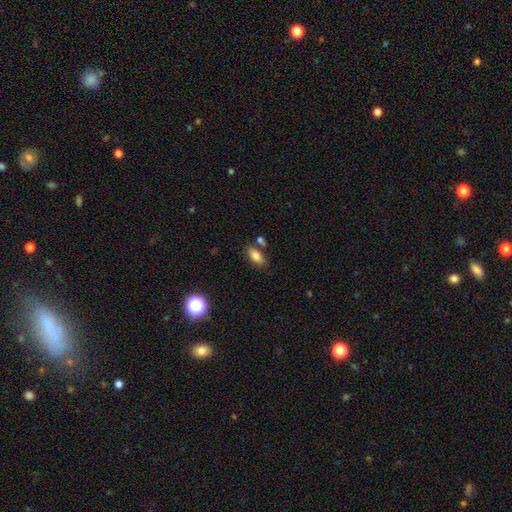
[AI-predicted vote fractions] Smooth or featured: smooth — 83% (star or artifact — 9%)
How rounded: in between — 89% (cigar-shaped — 6%)
Merging: none — 73% (minor disturbance — 12%)